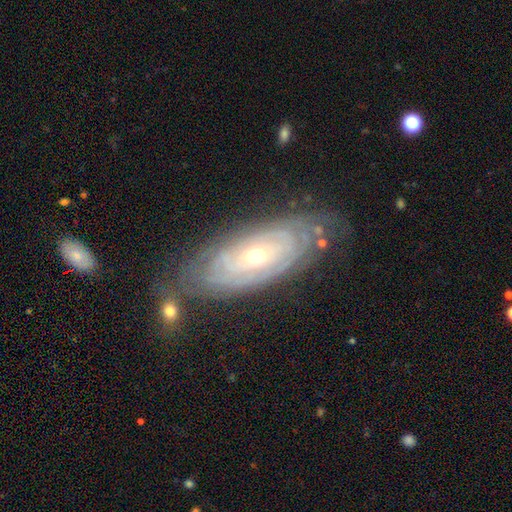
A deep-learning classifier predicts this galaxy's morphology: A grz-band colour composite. It shows a featured or disk galaxy (83%) with no bar (70%), tight (84%) spiral arms (87%) and a moderate central bulge (51%). Merging: none (72%).